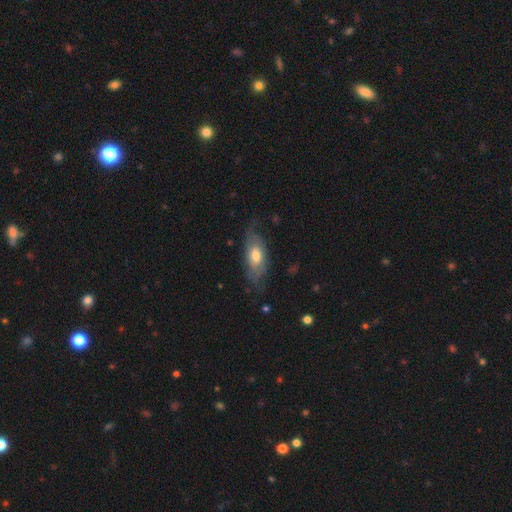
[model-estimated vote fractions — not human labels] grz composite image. It shows a smooth galaxy with no disk features (50%) that is in between round and cigar-shaped (82%). Merging: none (58%).